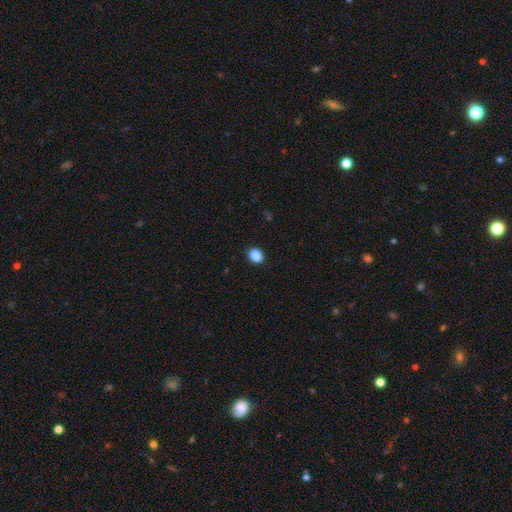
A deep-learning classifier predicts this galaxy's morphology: This appears to be a smooth galaxy with no disk features (88%) that is in between round and cigar-shaped (52%). Merging: none (91%).